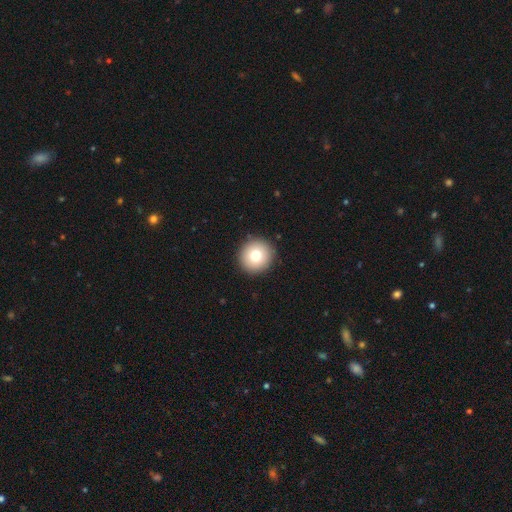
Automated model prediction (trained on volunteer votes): This is likely a smooth galaxy (76%). How rounded: clearly round (95%). Merging: clearly none (93%).